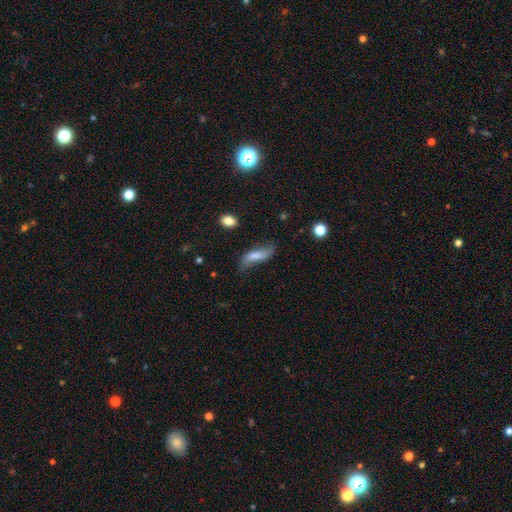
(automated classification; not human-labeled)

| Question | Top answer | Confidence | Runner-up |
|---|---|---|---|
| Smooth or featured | smooth | 57% | featured or disk (35%) |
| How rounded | in between | 53% | cigar-shaped (44%) |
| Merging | none | 52% | minor disturbance (30%) |